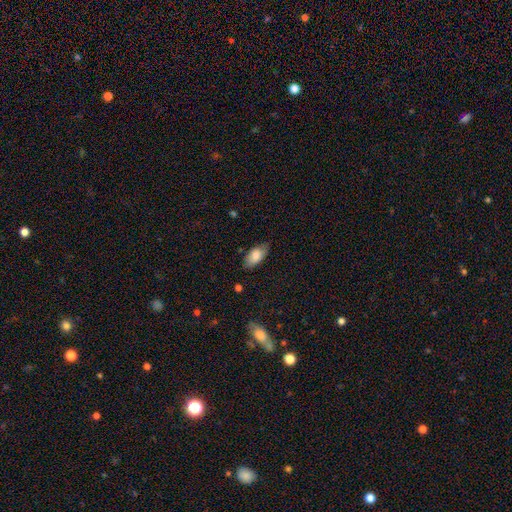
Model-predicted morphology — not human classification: The model was most divided on "merging": none: 74%, minor disturbance: 20%, major disturbance: 4%, merger: 1%. More confident: how rounded — in between (91%); smooth or featured — smooth (81%).